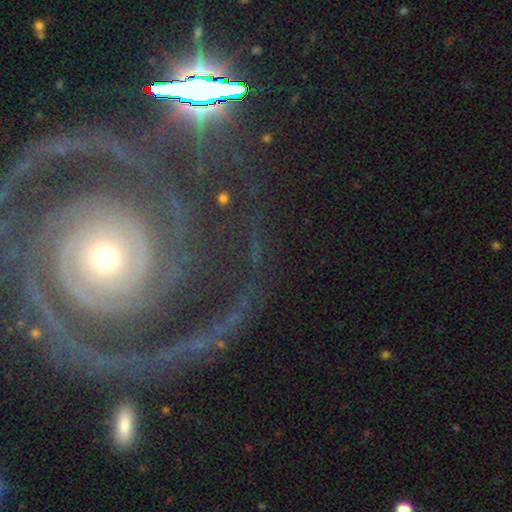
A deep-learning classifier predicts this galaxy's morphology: Smooth or featured? featured or disk (76%)
Edge-on disk? no (94%)
Bar? no (66%)
Spiral arms? yes (91%)
Spiral winding? tight (56%)
Spiral arm count? 2 (38%)
Bulge size? small (50%)
Merging? none (61%)